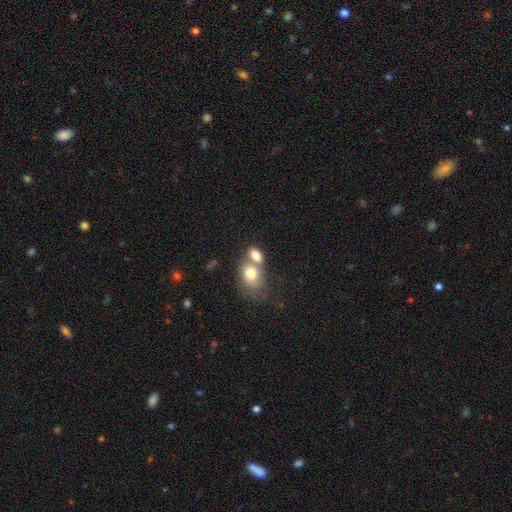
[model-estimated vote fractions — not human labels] Smooth or featured? Predicted: smooth (p=0.79). How rounded? Predicted: in between (p=0.76). Merging? Predicted: merger (p=0.60).